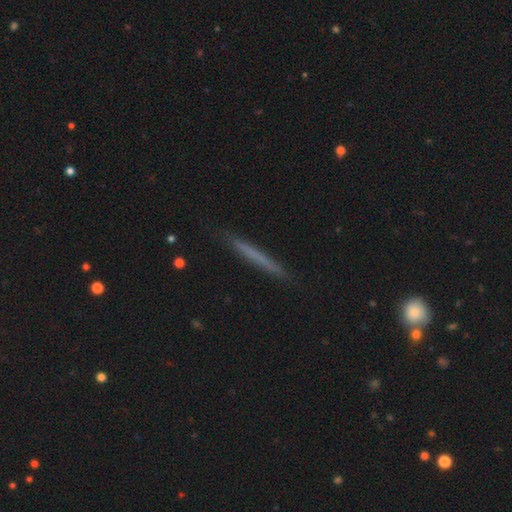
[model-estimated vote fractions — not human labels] Smooth or featured: smooth — 57% (featured or disk — 37%)
How rounded: cigar-shaped — 97% (in between — 2%)
Merging: none — 88% (minor disturbance — 9%)